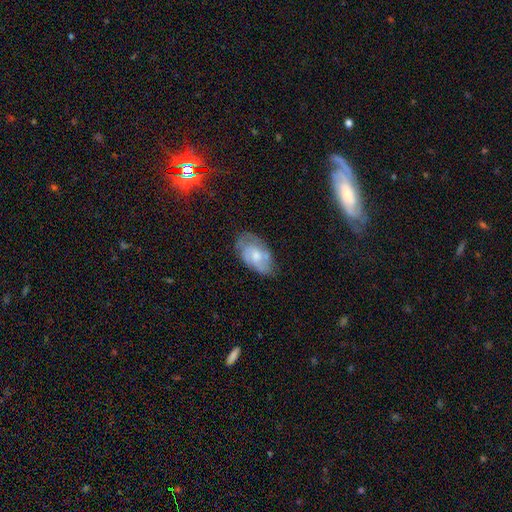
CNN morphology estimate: Smooth or featured: featured or disk — 51% (smooth — 42%)
Edge-on disk: no — 94% (yes — 6%)
Merging: none — 57% (minor disturbance — 30%)